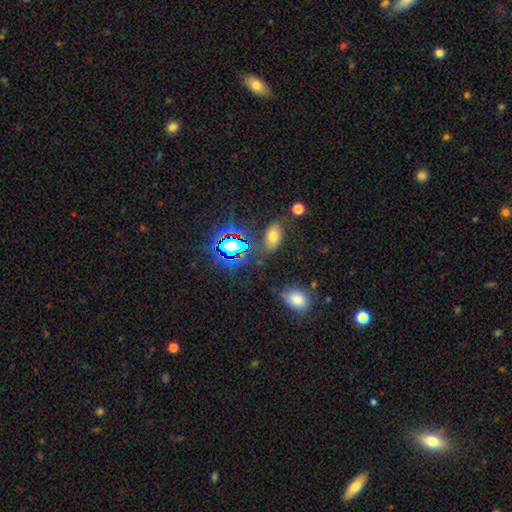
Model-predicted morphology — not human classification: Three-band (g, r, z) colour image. It shows a star or artifact, not a galaxy (59%).